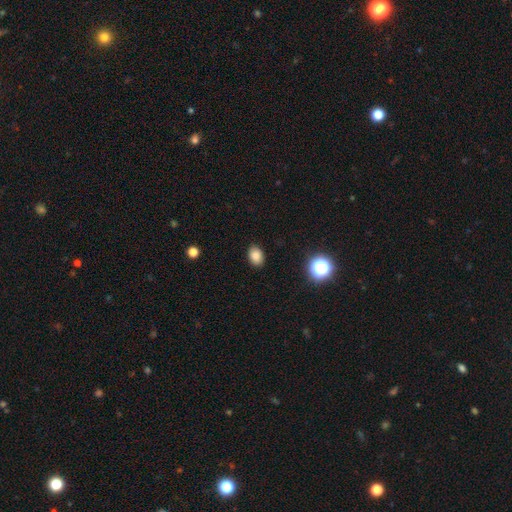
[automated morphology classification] type=smooth (84%); roundness=in between (75%); merging=none (88%).